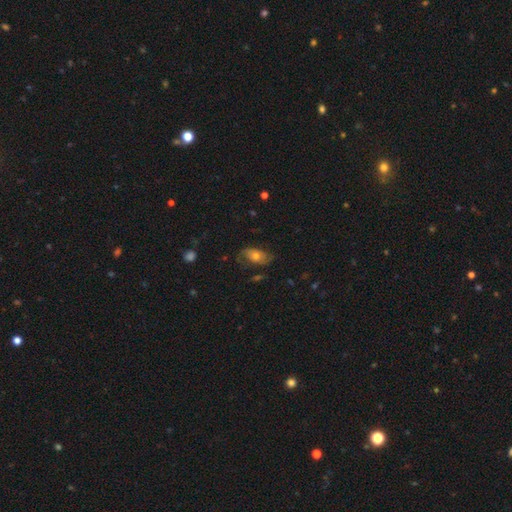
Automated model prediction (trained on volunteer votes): A featured or disk galaxy (49%). Merging: none (64%).